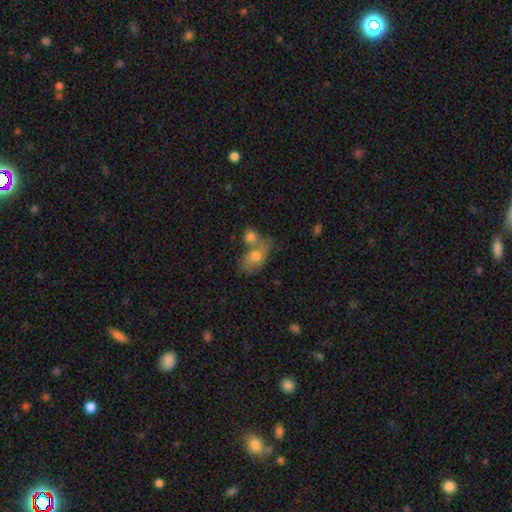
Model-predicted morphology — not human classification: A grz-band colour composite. It shows a smooth galaxy with no disk features (69%) that is in between round and cigar-shaped (83%). Merging: merger (48%).